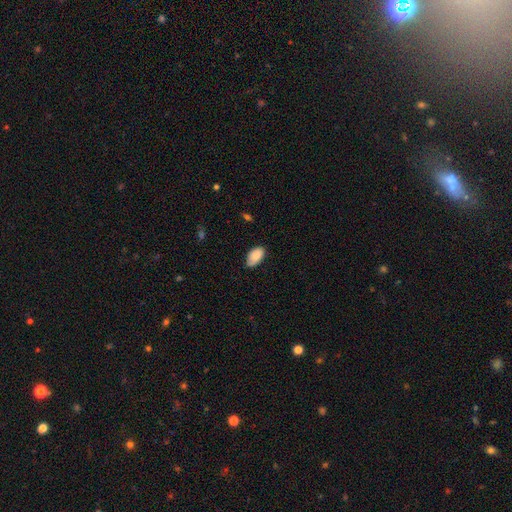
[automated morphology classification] smooth_or_featured: smooth (p=0.86) [alt: featured or disk p=0.08]
how_rounded: in between (p=0.95) [alt: round p=0.04]
merging: none (p=0.68) [alt: minor disturbance p=0.27]